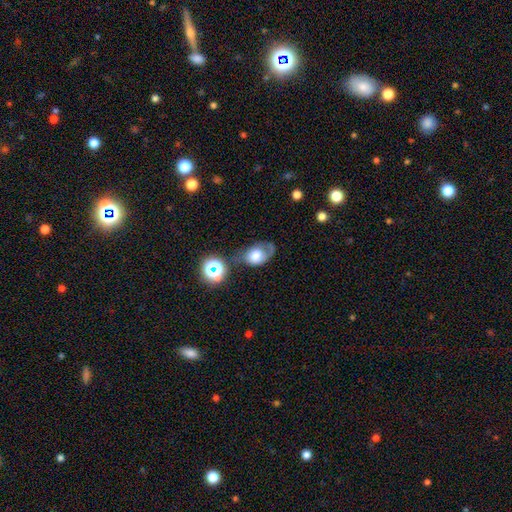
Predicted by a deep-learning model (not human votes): smooth_or_featured: smooth (p=0.57) [alt: featured or disk p=0.30]
how_rounded: in between (p=0.74) [alt: round p=0.24]
merging: none (p=0.37) [alt: minor disturbance p=0.29]